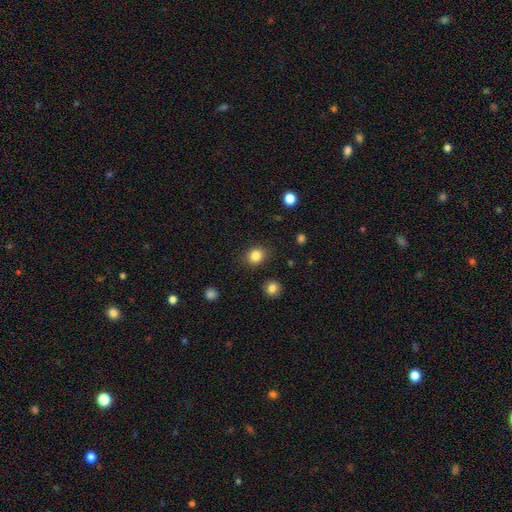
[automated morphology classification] A smooth galaxy with no disk features (85%) that is round (73%). Merging: none (87%).